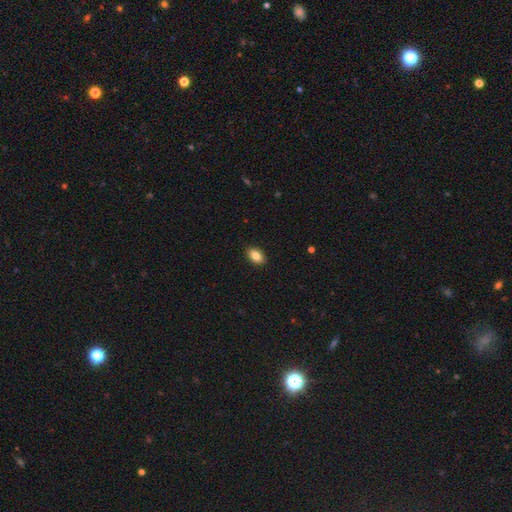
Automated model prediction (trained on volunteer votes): Smooth or featured?
  - smooth: 83% *
  - featured or disk: 9%
  - star or artifact: 8%
How rounded?
  - in between: 88% *
  - round: 11%
  - cigar-shaped: 2%
Merging?
  - none: 90% *
  - minor disturbance: 7%
  - major disturbance: 2%
  - merger: 1%